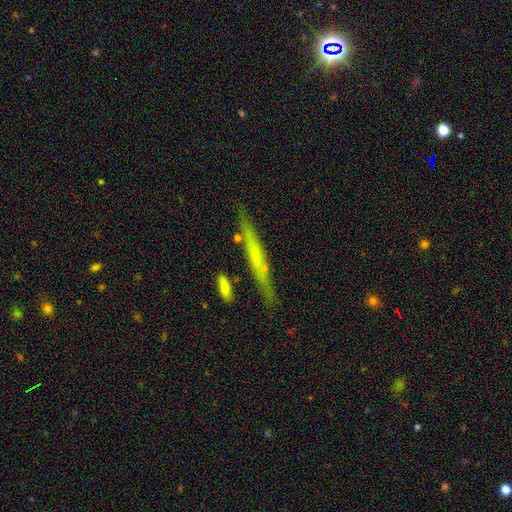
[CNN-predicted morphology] A featured or disk galaxy (53%) viewed edge-on (93%).

Vote fractions:
- Smooth or featured? featured or disk: 53% / smooth: 40% / star or artifact: 8%
- Edge-on disk? yes: 93% / no: 7%
- Merging? none: 83% / minor disturbance: 11% / merger: 4% / major disturbance: 3%